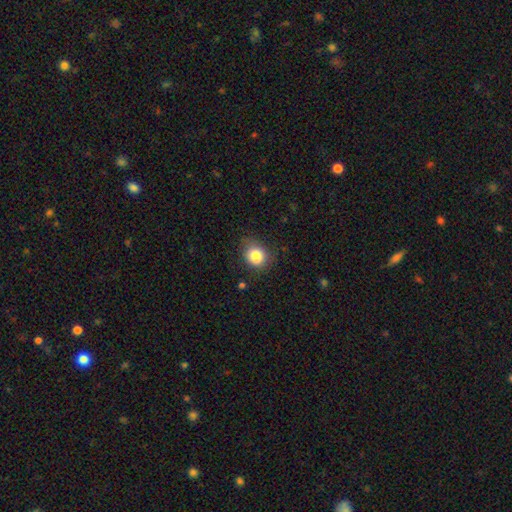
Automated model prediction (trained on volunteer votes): Smooth or featured: smooth — 83% (star or artifact — 10%)
How rounded: round — 68% (in between — 32%)
Merging: none — 72% (minor disturbance — 21%)